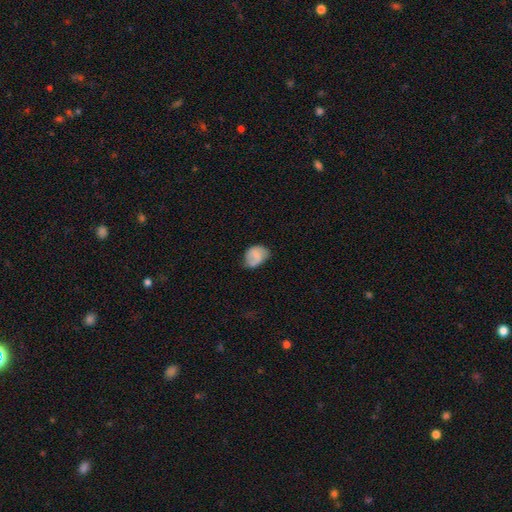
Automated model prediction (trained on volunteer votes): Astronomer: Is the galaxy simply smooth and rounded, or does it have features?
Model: smooth — 62%.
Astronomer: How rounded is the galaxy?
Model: in between — 67%.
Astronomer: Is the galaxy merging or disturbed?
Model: none — 53% (runner-up: minor disturbance, 34%).